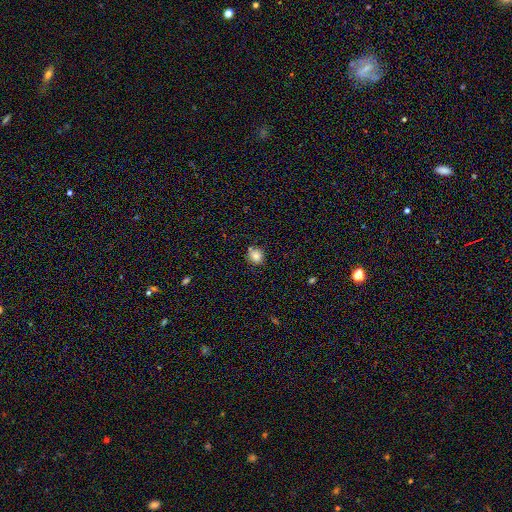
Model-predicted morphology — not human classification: Smooth or featured?
  - smooth: 82% *
  - star or artifact: 12%
  - featured or disk: 6%
How rounded?
  - round: 78% *
  - in between: 21%
  - cigar-shaped: 1%
Merging?
  - none: 81% *
  - minor disturbance: 12%
  - merger: 4%
  - major disturbance: 3%